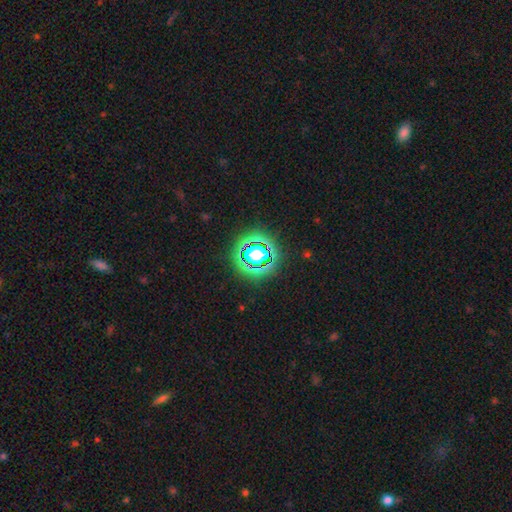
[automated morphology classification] Q: Smooth or featured?
A: star or artifact (77%); runner-up: smooth (15%)